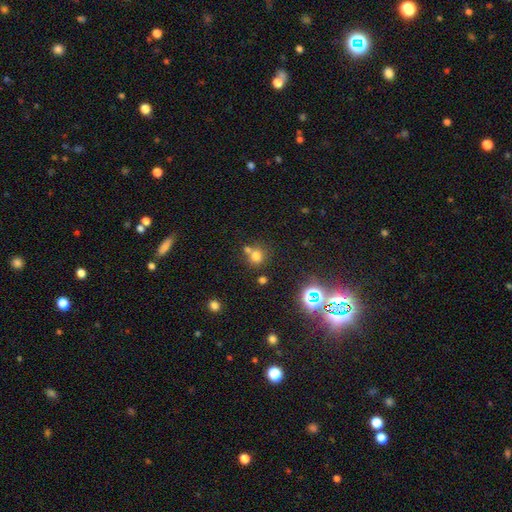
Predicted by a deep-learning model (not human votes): Smooth or featured? Predicted: smooth (p=0.71). How rounded? Predicted: round (p=0.84). Merging? Predicted: none (p=0.54).